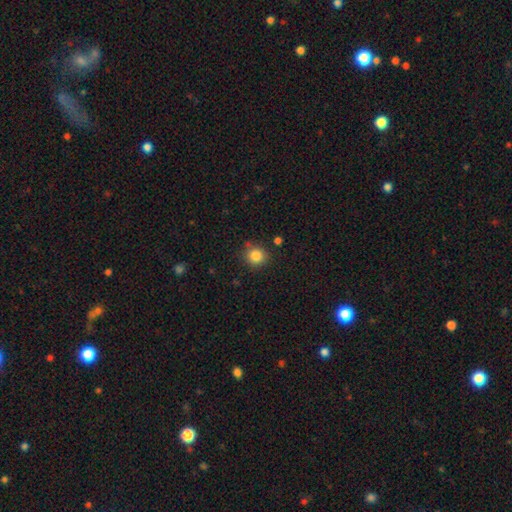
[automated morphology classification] smooth_or_featured: smooth (p=0.84) [alt: star or artifact p=0.11]
how_rounded: round (p=0.88) [alt: in between p=0.11]
merging: none (p=0.83) [alt: minor disturbance p=0.10]